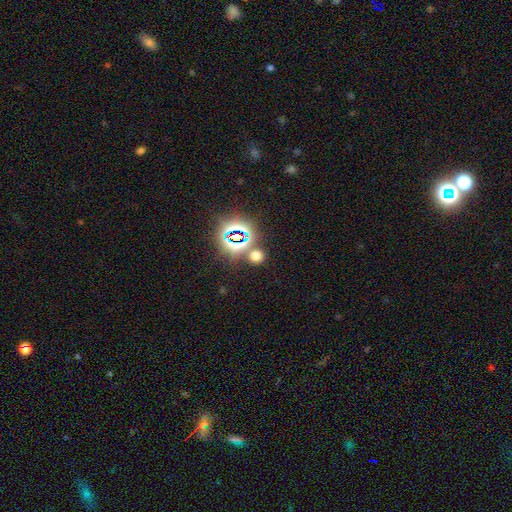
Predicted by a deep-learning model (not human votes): Overall: smooth (54%; star or artifact 40%). How rounded: round (81%). Merging: none (77%).